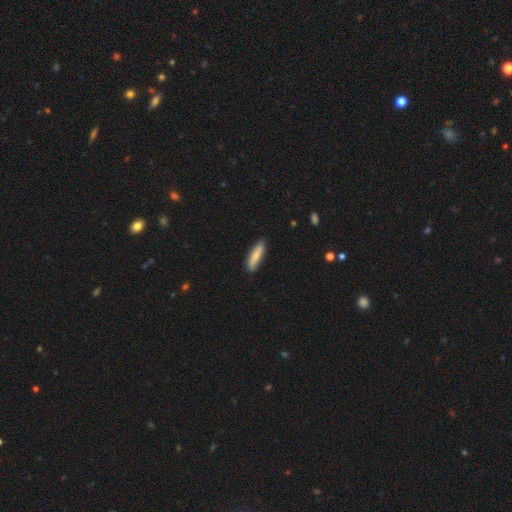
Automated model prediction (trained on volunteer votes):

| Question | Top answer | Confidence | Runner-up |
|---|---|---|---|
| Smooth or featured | smooth | 78% | featured or disk (17%) |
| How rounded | cigar-shaped | 73% | in between (26%) |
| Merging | none | 84% | minor disturbance (13%) |